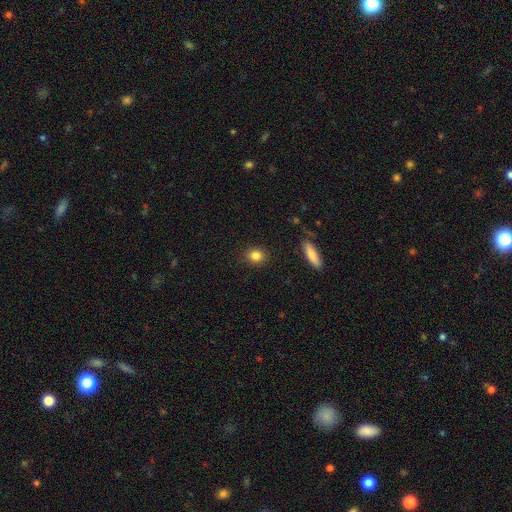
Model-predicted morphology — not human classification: type=smooth (84%); roundness=round (69%); merging=none (90%).